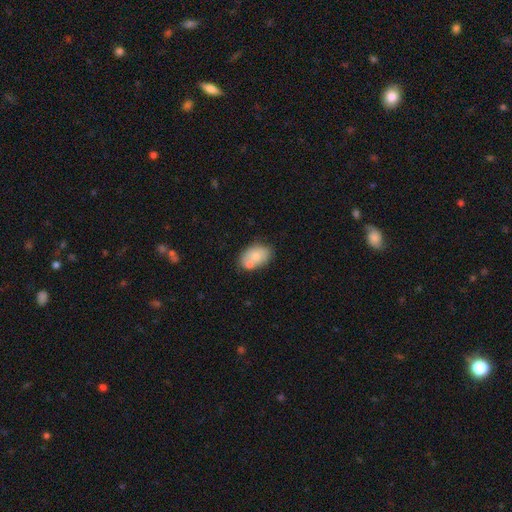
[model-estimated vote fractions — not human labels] Morphology: type=smooth (72%); roundness=in between (85%); merging=none (49%).